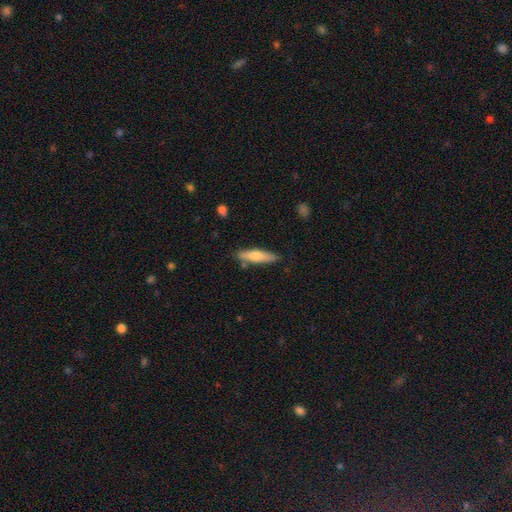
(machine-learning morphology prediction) Smooth or featured?
  - smooth: 63% *
  - featured or disk: 32%
  - star or artifact: 5%
How rounded?
  - cigar-shaped: 80% *
  - in between: 18%
  - round: 2%
Merging?
  - none: 83% *
  - minor disturbance: 11%
  - merger: 3%
  - major disturbance: 2%